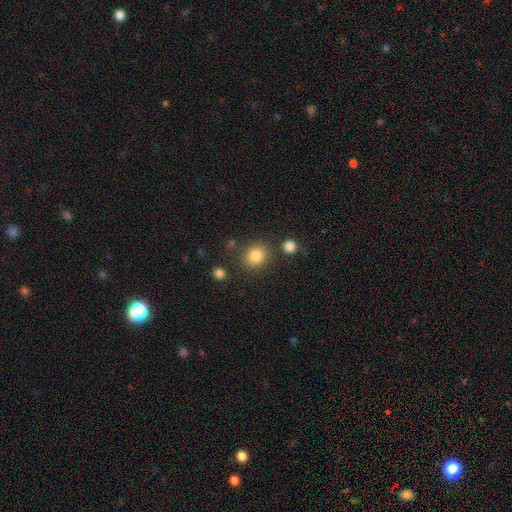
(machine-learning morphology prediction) smooth 82%, star or artifact 11%, featured or disk 7%. Down the decision tree: how rounded — round (69%); merging — none (81%).